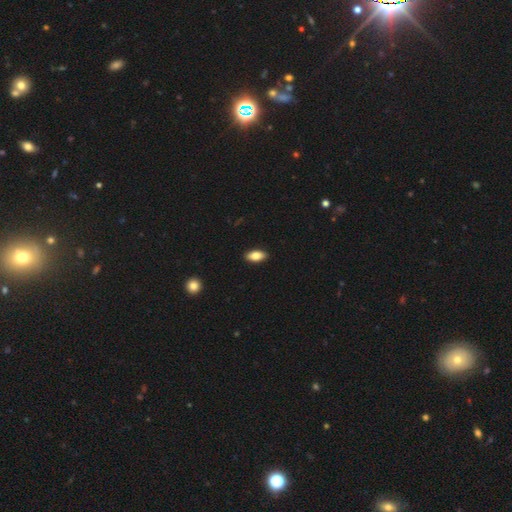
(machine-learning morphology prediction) type=smooth (82%); roundness=in between (89%); merging=none (90%).